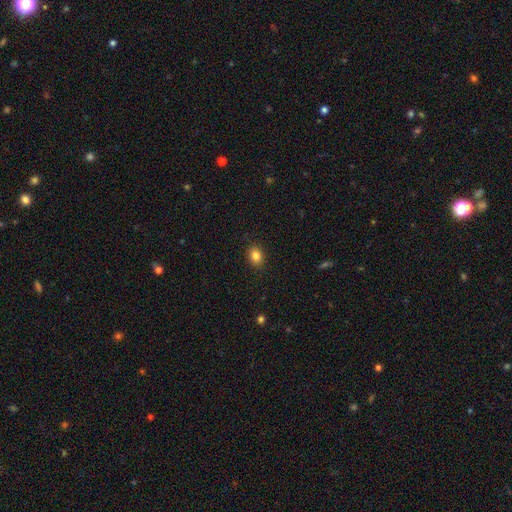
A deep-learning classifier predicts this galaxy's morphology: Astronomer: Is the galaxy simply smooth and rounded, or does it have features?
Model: smooth — 84%.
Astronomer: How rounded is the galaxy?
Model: in between — 56% (runner-up: round, 43%).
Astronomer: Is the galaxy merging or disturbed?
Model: none — 89%.